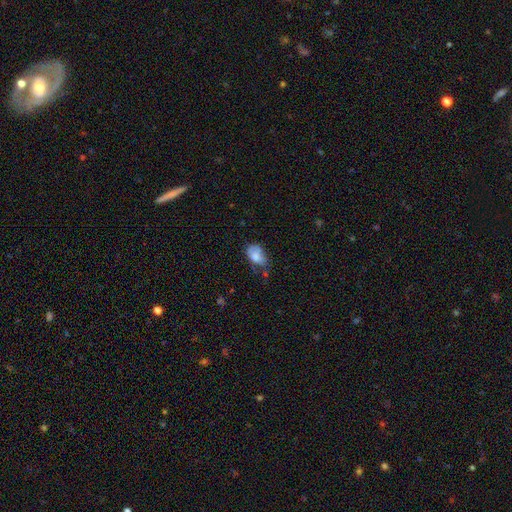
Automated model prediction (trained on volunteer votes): Smooth or featured: smooth — 74% (featured or disk — 17%)
How rounded: in between — 85% (round — 13%)
Merging: minor disturbance — 40% (none — 36%)